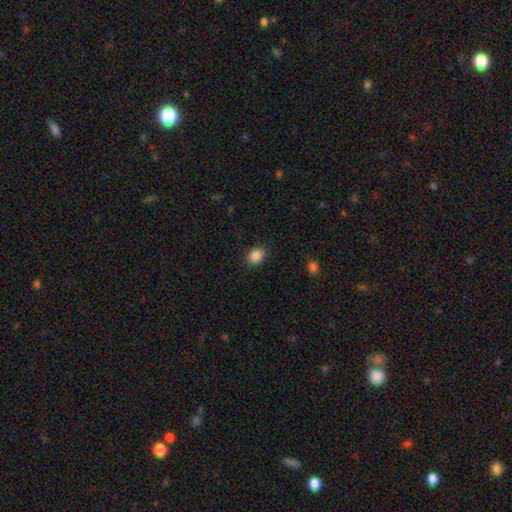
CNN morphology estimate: Q: Smooth or featured?
A: smooth (87%); runner-up: star or artifact (10%)
Q: How rounded?
A: in between (51%); runner-up: round (48%)
Q: Merging?
A: none (87%); runner-up: minor disturbance (9%)